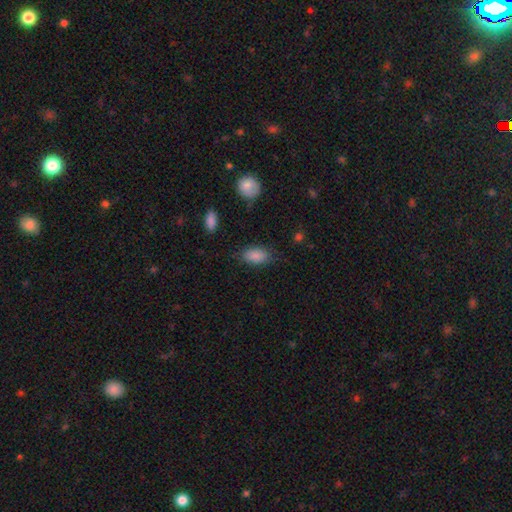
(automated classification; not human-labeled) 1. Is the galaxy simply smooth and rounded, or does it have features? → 87% smooth, 8% star or artifact, 5% featured or disk.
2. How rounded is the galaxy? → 93% in between, 4% round, 3% cigar-shaped.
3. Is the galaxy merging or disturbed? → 78% none, 16% minor disturbance, 4% major disturbance, 2% merger.